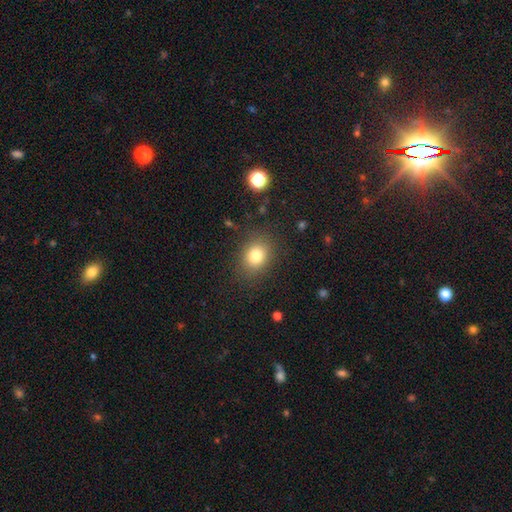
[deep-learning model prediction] Smooth or featured? smooth (80%)
How rounded? round (53%)
Merging? none (84%)